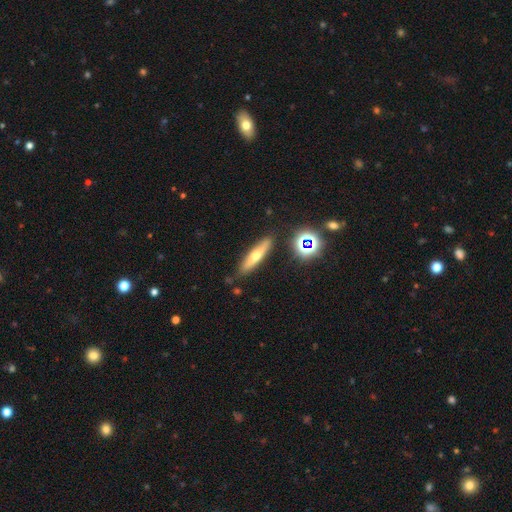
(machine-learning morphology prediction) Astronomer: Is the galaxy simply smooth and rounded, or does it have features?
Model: smooth — 45% (runner-up: featured or disk, 44%).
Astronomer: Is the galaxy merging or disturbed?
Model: none — 85%.